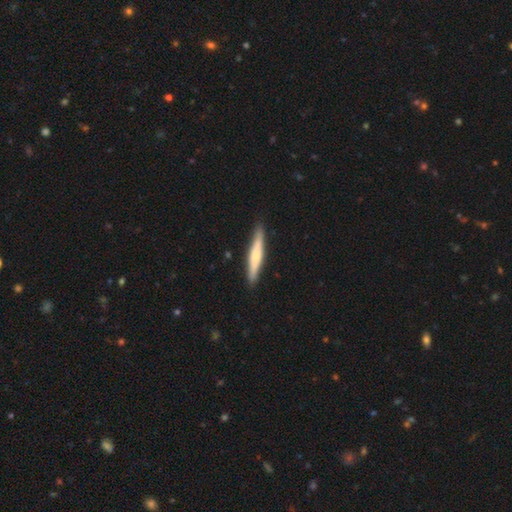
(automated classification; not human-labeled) smooth 49%, featured or disk 46%, star or artifact 5%. Down the decision tree: merging — none (89%).